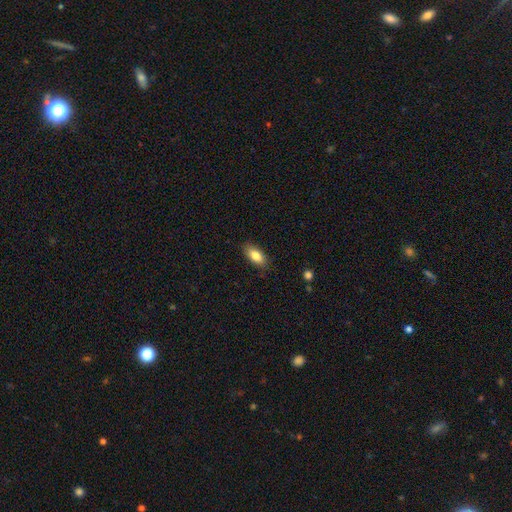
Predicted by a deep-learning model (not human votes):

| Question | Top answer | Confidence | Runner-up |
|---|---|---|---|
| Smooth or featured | smooth | 83% | featured or disk (10%) |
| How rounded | in between | 86% | cigar-shaped (11%) |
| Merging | none | 84% | minor disturbance (12%) |